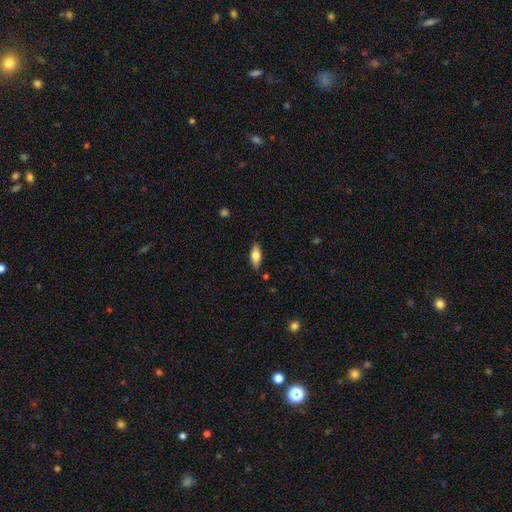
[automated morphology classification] smooth-or-featured: smooth: 74% | featured or disk: 19% | star or artifact: 6%
  how-rounded: in between: 79% | cigar-shaped: 19% | round: 2%
  merging: none: 86% | minor disturbance: 11% | major disturbance: 2% | merger: 1%